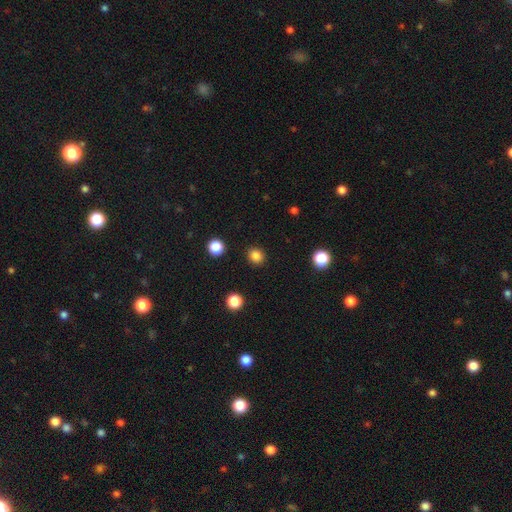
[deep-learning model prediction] This appears to be a smooth galaxy with no disk features (84%) that is round (82%). Merging: none (90%).